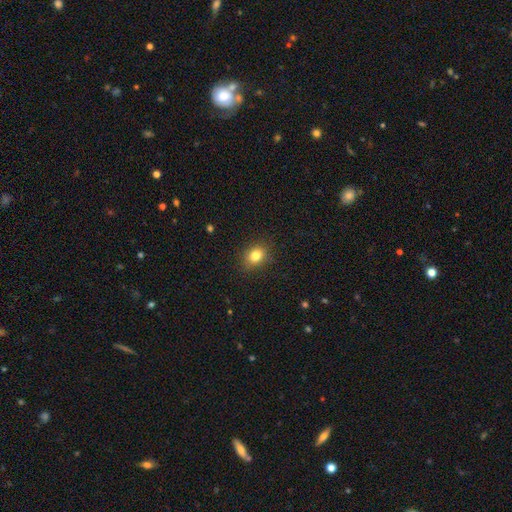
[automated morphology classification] Overall: smooth (82%). How rounded: in between (59%; round 40%). Merging: none (87%).